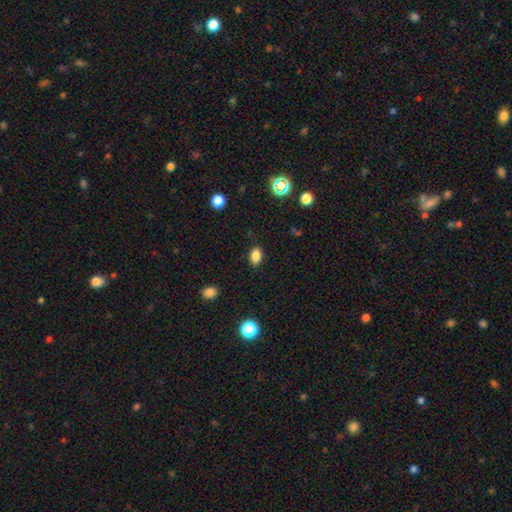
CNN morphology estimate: smooth 84%, star or artifact 11%, featured or disk 4%. Down the decision tree: how rounded — in between (85%); merging — none (86%).